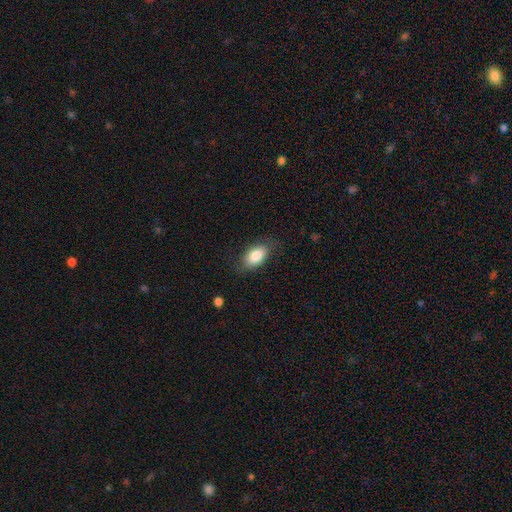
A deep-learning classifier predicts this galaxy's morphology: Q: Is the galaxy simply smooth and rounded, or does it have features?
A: smooth — 82%.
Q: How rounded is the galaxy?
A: in between — 91%.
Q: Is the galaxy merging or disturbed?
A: none — 75%.